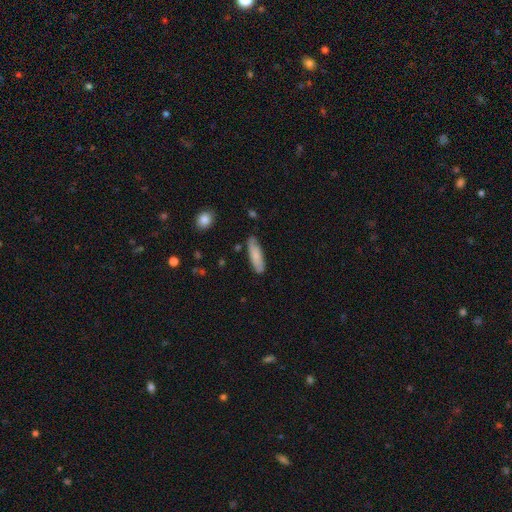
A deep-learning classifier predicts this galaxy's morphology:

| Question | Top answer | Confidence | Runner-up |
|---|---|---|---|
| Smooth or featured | smooth | 78% | featured or disk (16%) |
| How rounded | cigar-shaped | 57% | in between (42%) |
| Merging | none | 77% | minor disturbance (18%) |